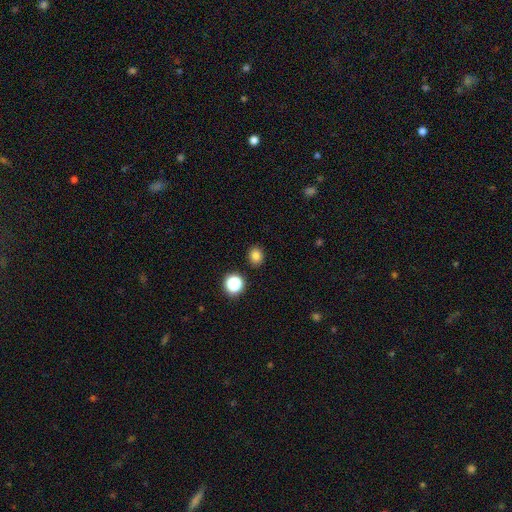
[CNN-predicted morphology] This appears to be a smooth galaxy with no disk features (80%) that is round (68%). Merging: none (88%).